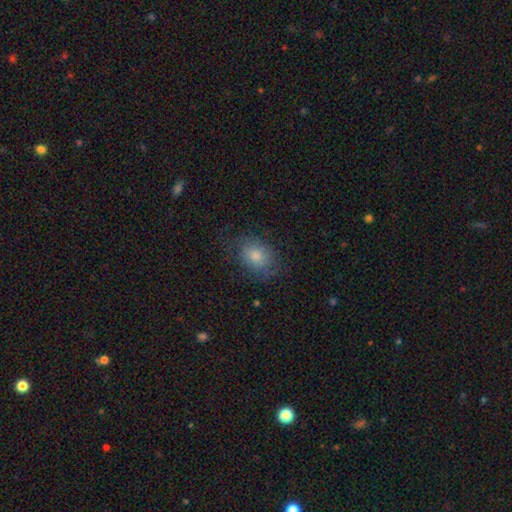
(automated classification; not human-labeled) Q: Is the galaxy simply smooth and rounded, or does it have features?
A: smooth — 69%.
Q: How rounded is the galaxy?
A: in between — 58%.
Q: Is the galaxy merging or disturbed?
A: none — 69%.